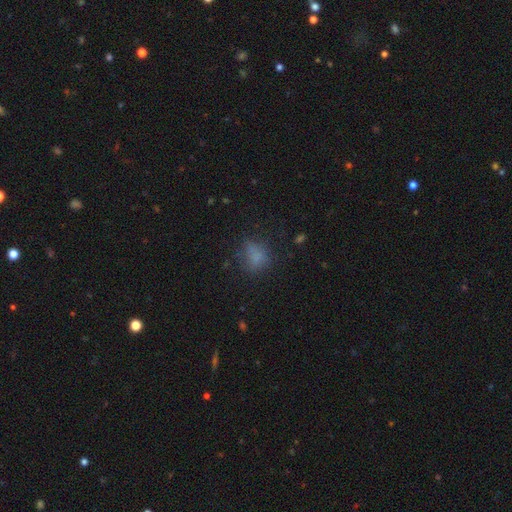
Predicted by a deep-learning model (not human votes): Overall: smooth (72%). How rounded: round (53%; in between 45%). Merging: none (62%).